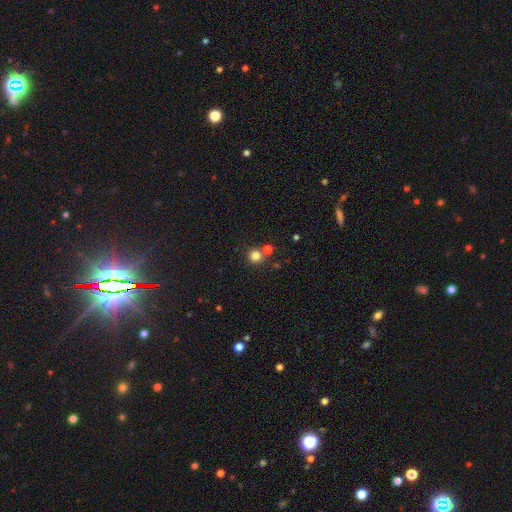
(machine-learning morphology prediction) The model was most divided on "merging": none: 72%, merger: 18%, minor disturbance: 7%, major disturbance: 3%. More confident: how rounded — round (93%); smooth or featured — smooth (81%).